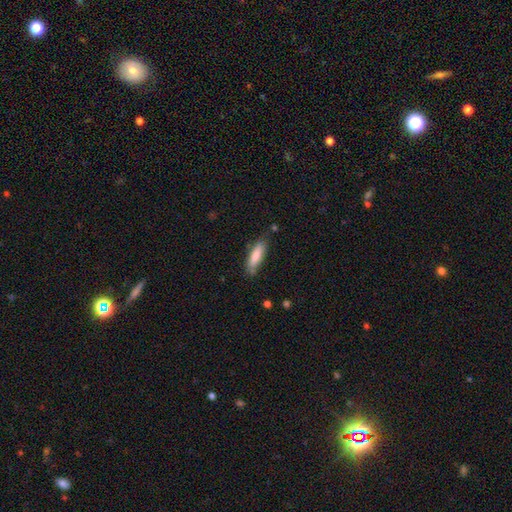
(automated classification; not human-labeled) This appears to be a smooth galaxy with no disk features (81%) that is cigar-shaped (57%). Merging: none (75%).